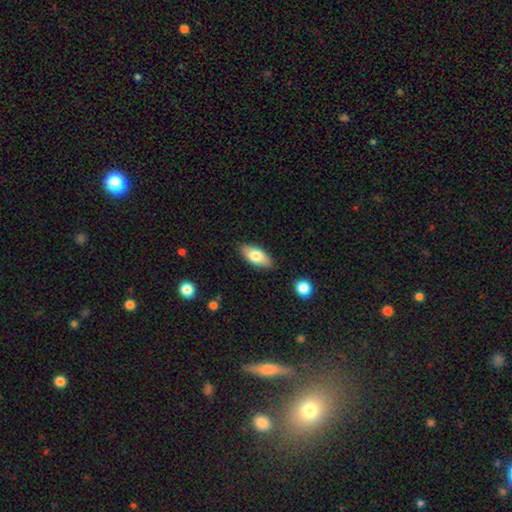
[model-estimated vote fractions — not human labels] smooth 76%, featured or disk 18%, star or artifact 6%. Down the decision tree: how rounded — in between (87%); merging — none (87%).